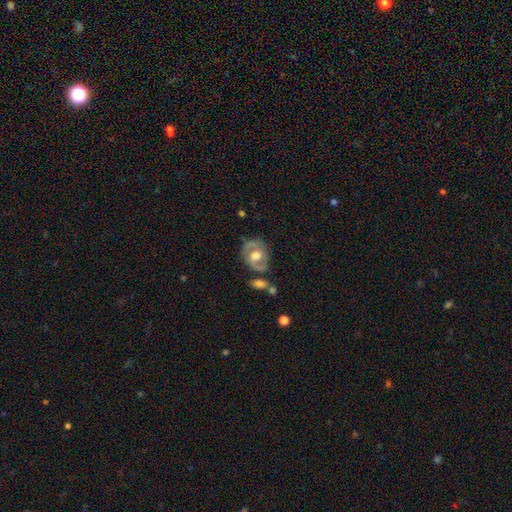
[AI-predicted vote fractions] A featured or disk galaxy (62%) with no bar (63%), spiral arms (57%) and a moderate central bulge (56%). Merging: none (63%).